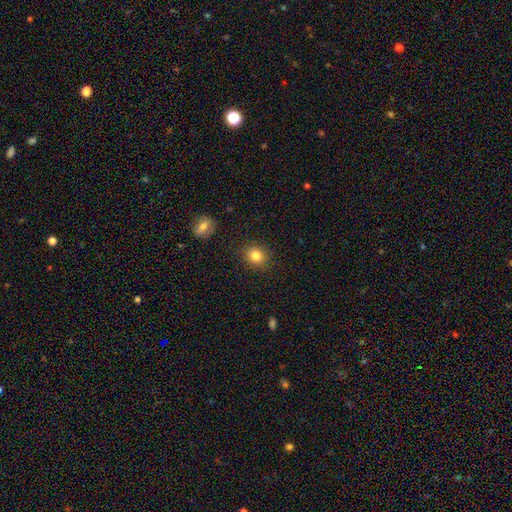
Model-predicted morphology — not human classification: This is clearly a smooth galaxy (83%). How rounded: clearly round (81%). Merging: clearly none (89%).